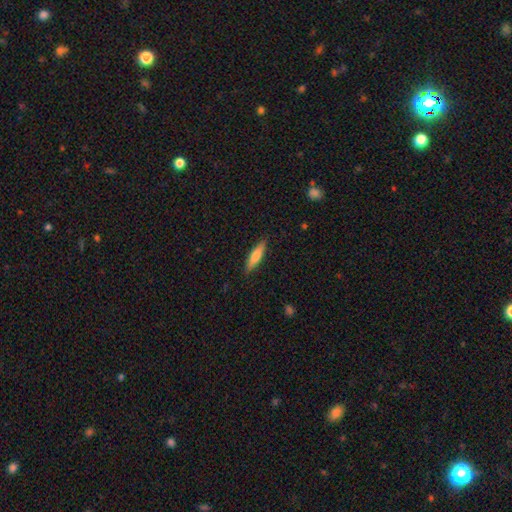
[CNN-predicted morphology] This is likely a smooth galaxy (66%). How rounded: likely cigar-shaped (77%). Merging: clearly none (88%).